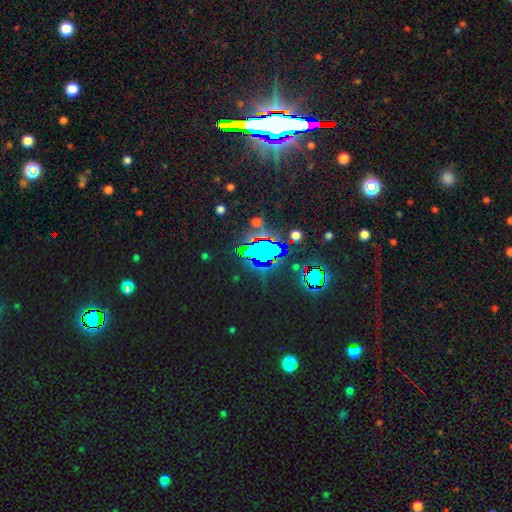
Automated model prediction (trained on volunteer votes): The model was most divided on "smooth or featured": star or artifact: 71%, smooth: 19%, featured or disk: 10%.